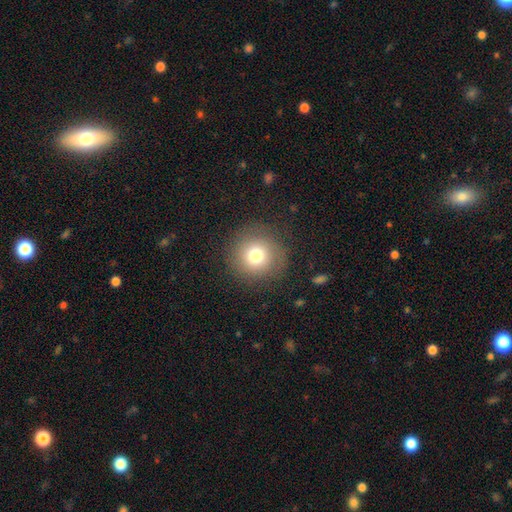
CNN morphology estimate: Smooth or featured? smooth (75%)
How rounded? round (94%)
Merging? none (86%)